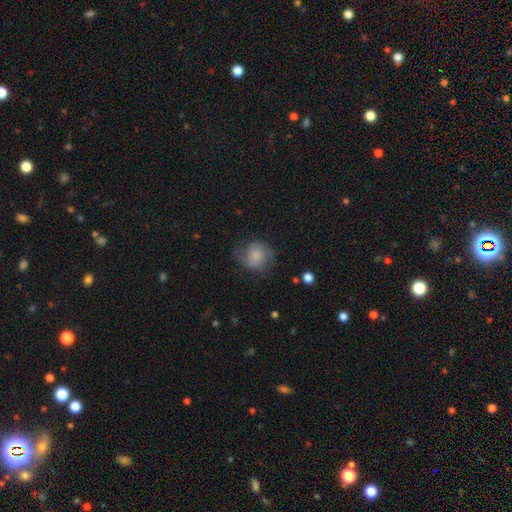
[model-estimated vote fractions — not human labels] This is possibly a smooth galaxy (51%). How rounded: clearly round (81%). Merging: likely none (61%).